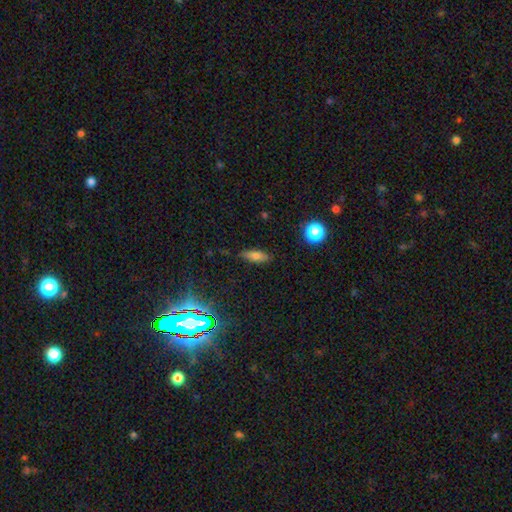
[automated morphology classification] Smooth or featured? Predicted: smooth (p=0.73). How rounded? Predicted: in between (p=0.63). Merging? Predicted: none (p=0.81).